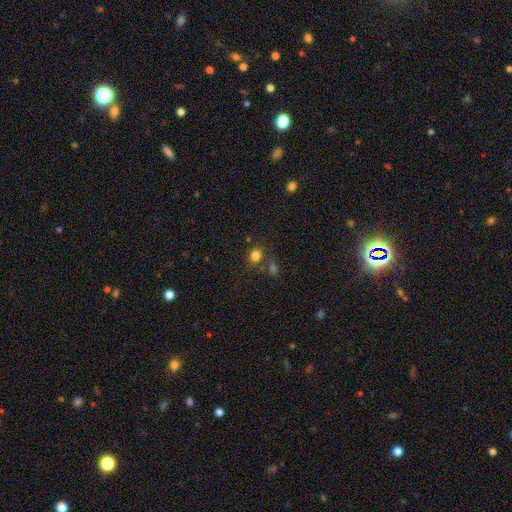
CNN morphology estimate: Q: Smooth or featured?
A: smooth (79%); runner-up: star or artifact (15%)
Q: How rounded?
A: round (69%); runner-up: in between (30%)
Q: Merging?
A: none (71%); runner-up: merger (13%)